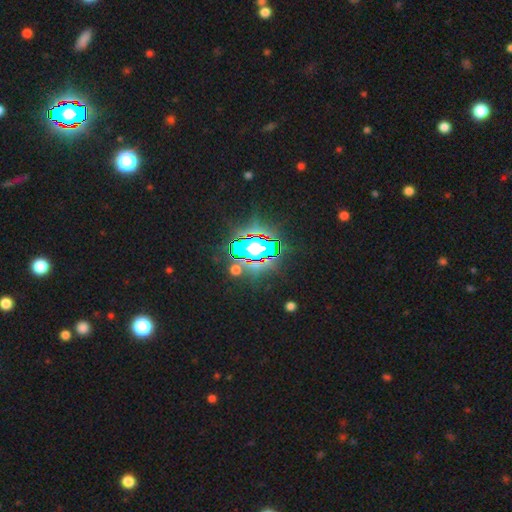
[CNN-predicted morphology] This appears to be a star or artifact, not a galaxy (84%).